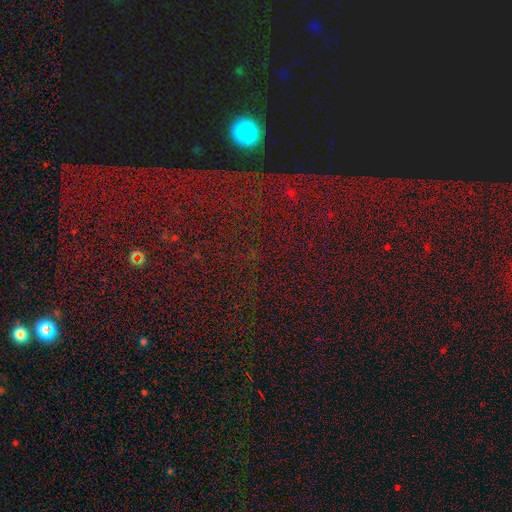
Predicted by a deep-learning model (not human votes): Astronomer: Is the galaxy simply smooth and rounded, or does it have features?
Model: star or artifact — 81%.